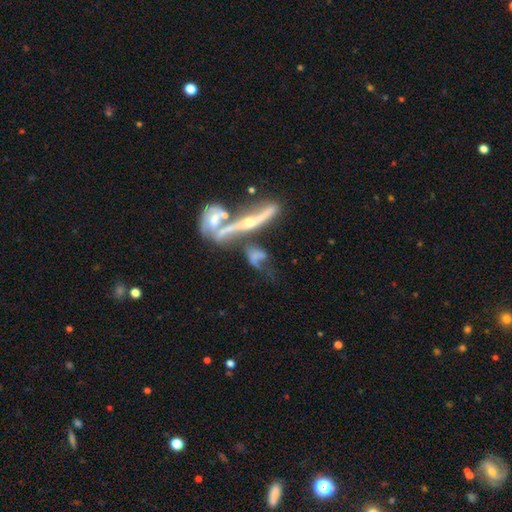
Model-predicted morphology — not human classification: Smooth or featured?
  - featured or disk: 67% *
  - smooth: 22%
  - star or artifact: 11%
Edge-on disk?
  - no: 54% *
  - yes: 46%
Merging?
  - merger: 47% *
  - none: 24%
  - major disturbance: 16%
  - minor disturbance: 13%